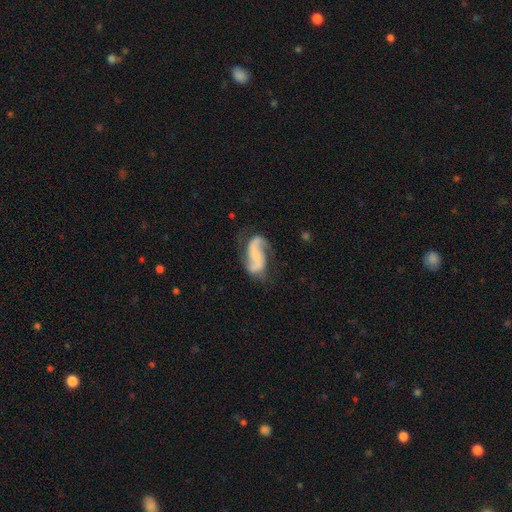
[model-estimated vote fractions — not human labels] Smooth or featured? Predicted: featured or disk (p=0.82). Edge-on disk? Predicted: no (p=0.97). Bar? Predicted: no (p=0.47). Spiral arms? Predicted: yes (p=0.95). Spiral winding? Predicted: loose (p=0.54). Spiral arm count? Predicted: 2 (p=0.90). Bulge size? Predicted: small (p=0.48). Merging? Predicted: none (p=0.63).